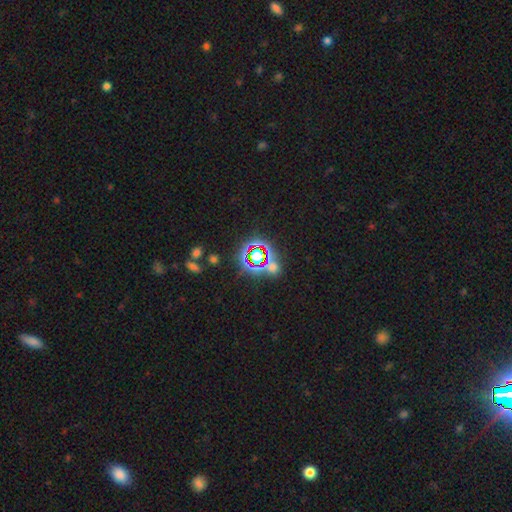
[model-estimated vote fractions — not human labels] smooth_or_featured: star or artifact (p=0.75) [alt: smooth p=0.16]